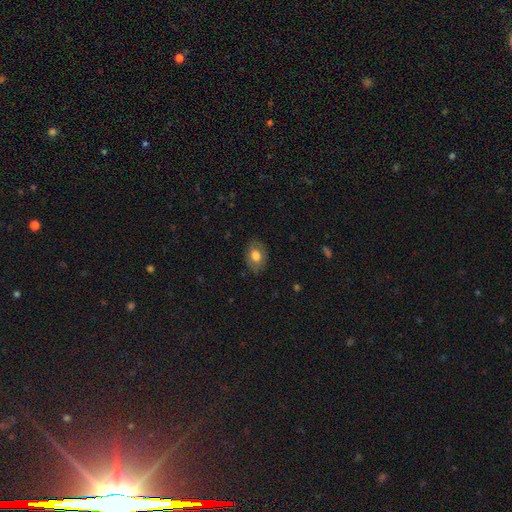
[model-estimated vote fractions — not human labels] This is likely a smooth galaxy (67%). How rounded: likely in between (76%). Merging: clearly none (81%).